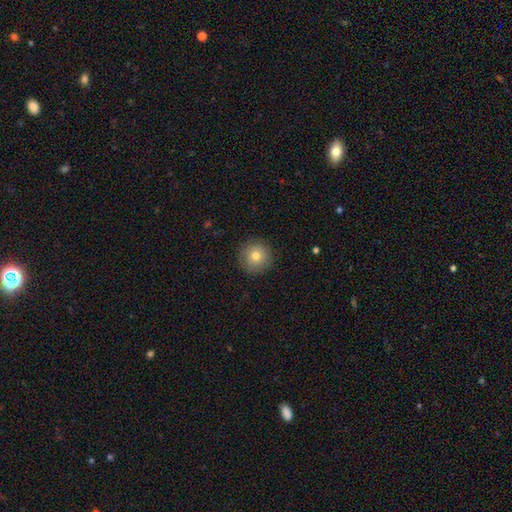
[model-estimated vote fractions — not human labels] Q: Smooth or featured?
A: smooth (75%); runner-up: featured or disk (15%)
Q: How rounded?
A: round (95%); runner-up: in between (4%)
Q: Merging?
A: none (88%); runner-up: minor disturbance (9%)